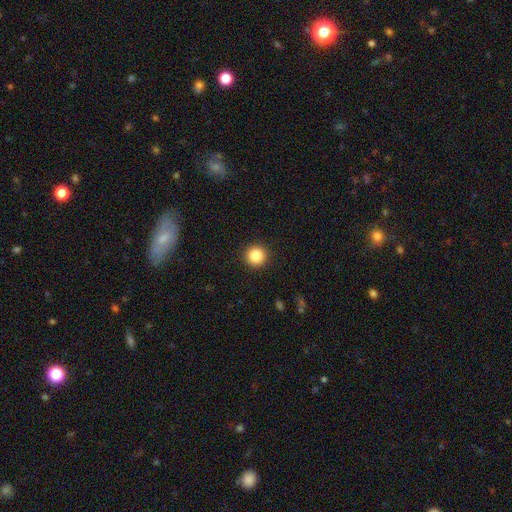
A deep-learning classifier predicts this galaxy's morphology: Smooth or featured: smooth — 86% (star or artifact — 10%)
How rounded: round — 95% (in between — 4%)
Merging: none — 93% (minor disturbance — 5%)